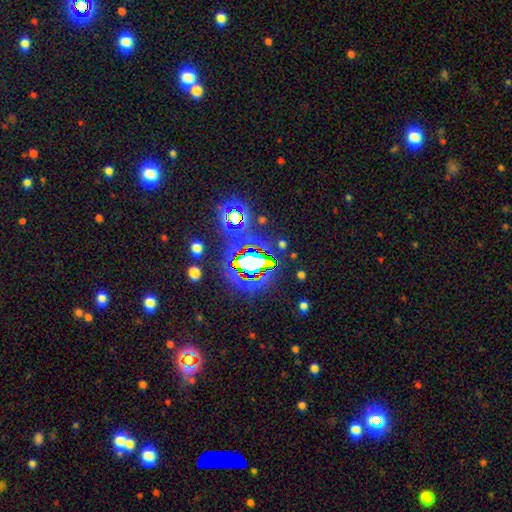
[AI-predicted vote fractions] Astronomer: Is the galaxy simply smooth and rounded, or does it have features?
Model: star or artifact — 77%.